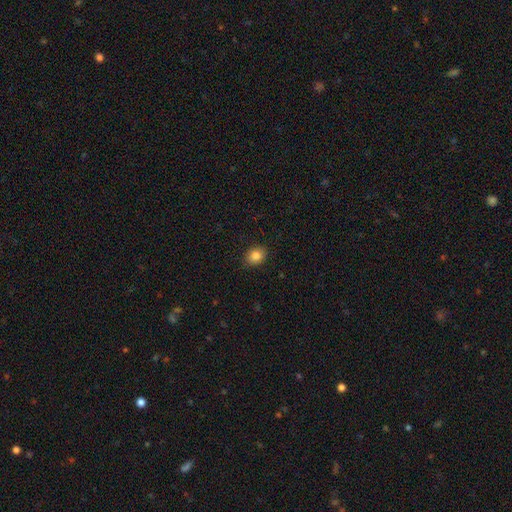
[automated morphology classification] smooth-or-featured: smooth: 85% | star or artifact: 10% | featured or disk: 5%
  how-rounded: in between: 56% | round: 43% | cigar-shaped: 1%
  merging: none: 88% | minor disturbance: 9% | major disturbance: 2% | merger: 1%